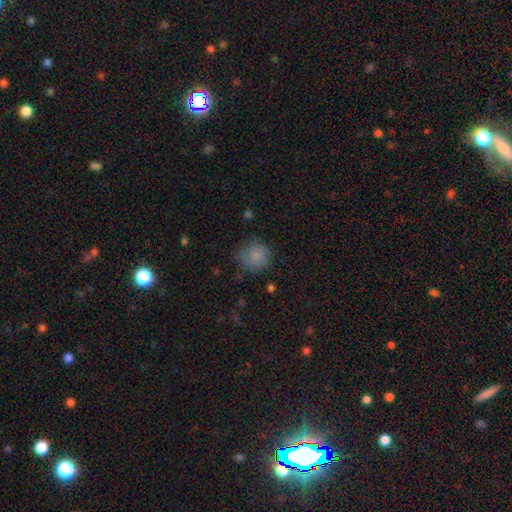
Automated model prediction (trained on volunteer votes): Smooth or featured: smooth — 83% (star or artifact — 10%)
How rounded: round — 89% (in between — 10%)
Merging: none — 68% (minor disturbance — 23%)